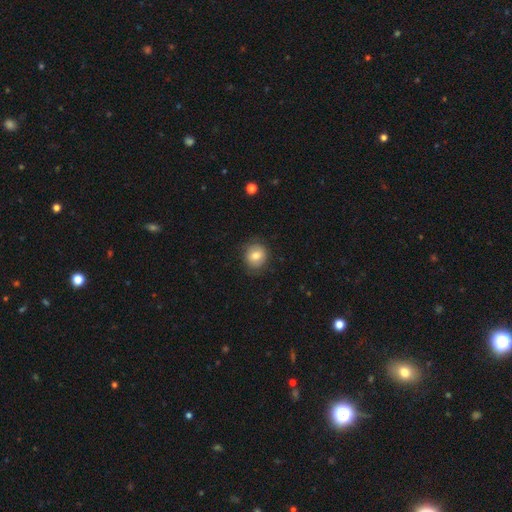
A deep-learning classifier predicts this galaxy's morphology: Smooth or featured?
  - smooth: 75% *
  - featured or disk: 17%
  - star or artifact: 9%
How rounded?
  - round: 82% *
  - in between: 17%
  - cigar-shaped: 1%
Merging?
  - none: 82% *
  - minor disturbance: 13%
  - major disturbance: 4%
  - merger: 1%